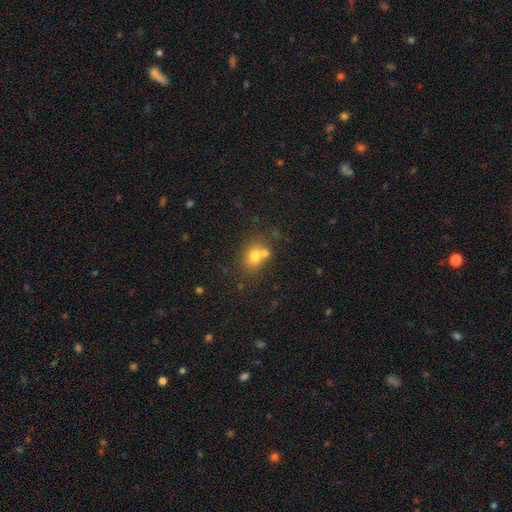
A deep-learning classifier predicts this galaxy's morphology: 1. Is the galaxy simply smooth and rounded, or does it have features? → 72% smooth, 14% featured or disk, 14% star or artifact.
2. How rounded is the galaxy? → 56% round, 43% in between, 1% cigar-shaped.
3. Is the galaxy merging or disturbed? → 50% none, 35% merger, 11% minor disturbance, 4% major disturbance.